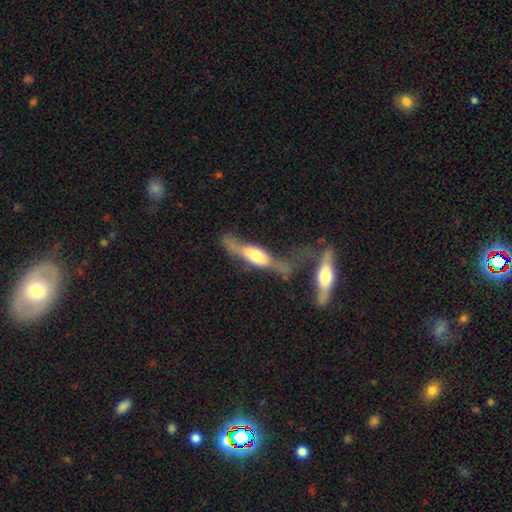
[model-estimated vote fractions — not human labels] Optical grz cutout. It shows a featured or disk galaxy (57%) viewed edge-on (65%). Merging: major disturbance (28%).